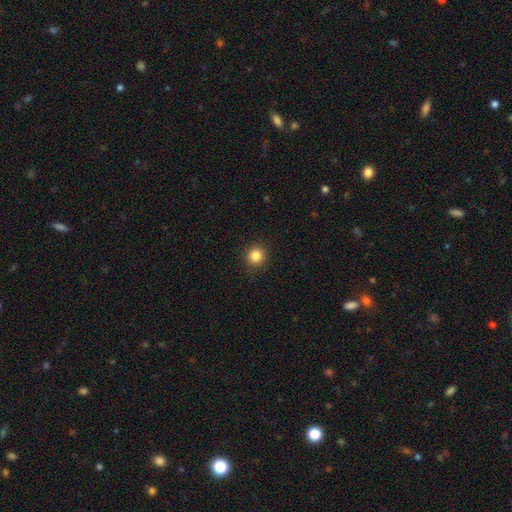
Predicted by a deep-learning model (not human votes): Smooth or featured: smooth — 85% (star or artifact — 11%)
How rounded: round — 94% (in between — 5%)
Merging: none — 91% (minor disturbance — 6%)